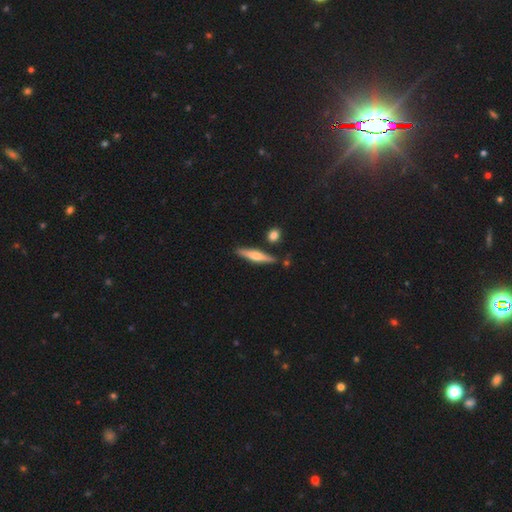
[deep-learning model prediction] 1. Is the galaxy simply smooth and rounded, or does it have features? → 50% featured or disk, 44% smooth, 6% star or artifact.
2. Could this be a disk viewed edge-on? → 95% yes, 5% no.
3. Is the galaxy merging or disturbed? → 84% none, 10% minor disturbance, 4% merger, 2% major disturbance.